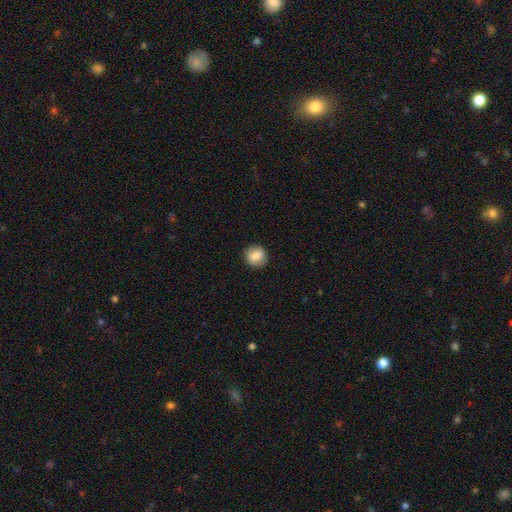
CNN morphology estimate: type=smooth (82%); roundness=round (83%); merging=none (88%).